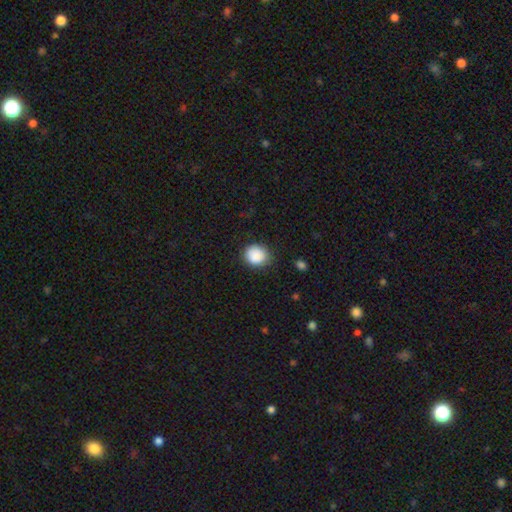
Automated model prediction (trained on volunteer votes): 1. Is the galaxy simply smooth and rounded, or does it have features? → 89% smooth, 8% star or artifact, 3% featured or disk.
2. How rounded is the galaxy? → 81% round, 18% in between, 1% cigar-shaped.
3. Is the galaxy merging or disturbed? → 81% none, 14% minor disturbance, 3% major disturbance, 1% merger.